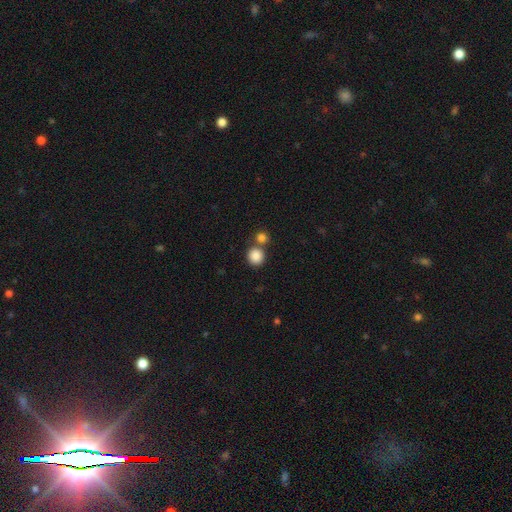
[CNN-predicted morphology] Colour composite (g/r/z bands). It shows a smooth galaxy with no disk features (86%) that is round (90%). Merging: none (63%).